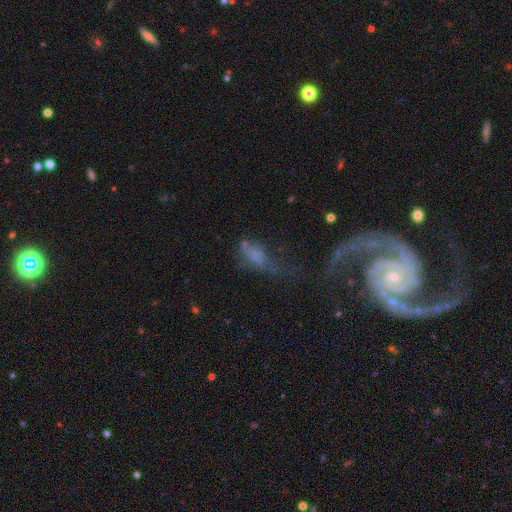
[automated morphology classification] Overall: smooth (54%; featured or disk 28%). How rounded: in between (72%). Merging: major disturbance (44%; none 23%).